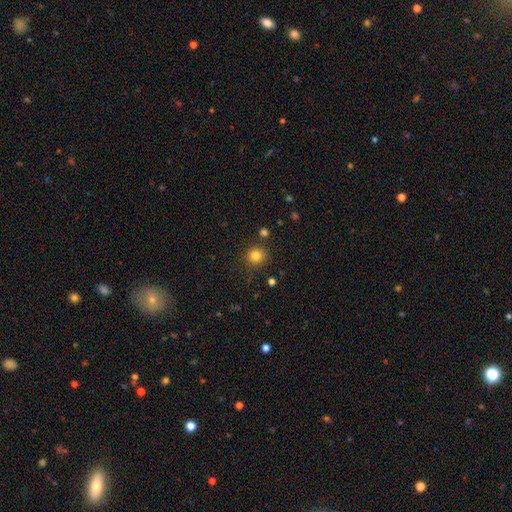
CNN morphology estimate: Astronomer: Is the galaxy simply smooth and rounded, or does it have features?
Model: smooth — 82%.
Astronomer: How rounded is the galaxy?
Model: round — 90%.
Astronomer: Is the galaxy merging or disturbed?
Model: none — 84%.